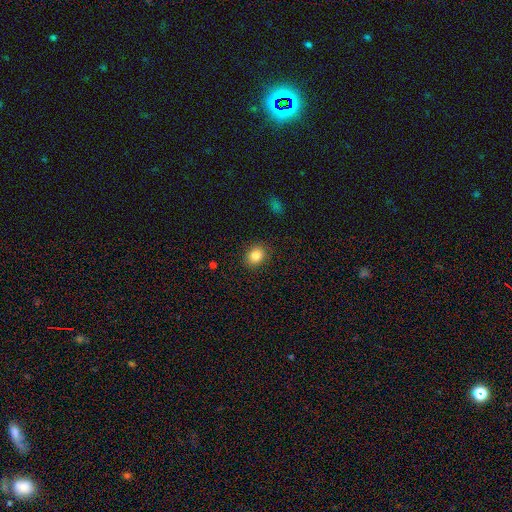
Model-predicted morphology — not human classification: A smooth galaxy with no disk features (84%) that is round (57%).

Vote fractions:
- Smooth or featured? smooth: 84% / star or artifact: 10% / featured or disk: 6%
- How rounded? round: 57% / in between: 42% / cigar-shaped: 1%
- Merging? none: 89% / minor disturbance: 8% / major disturbance: 2% / merger: 1%